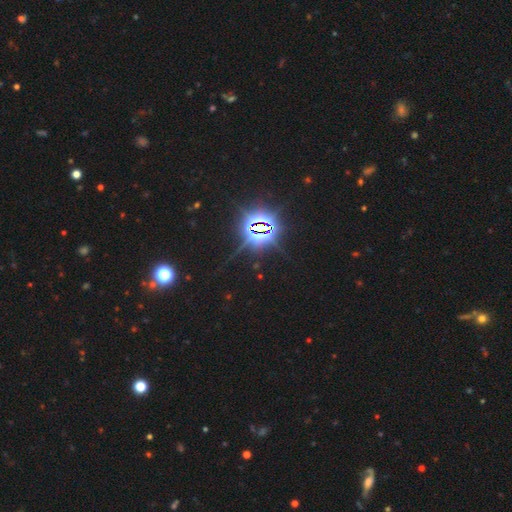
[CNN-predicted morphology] Smooth or featured? star or artifact (83%)